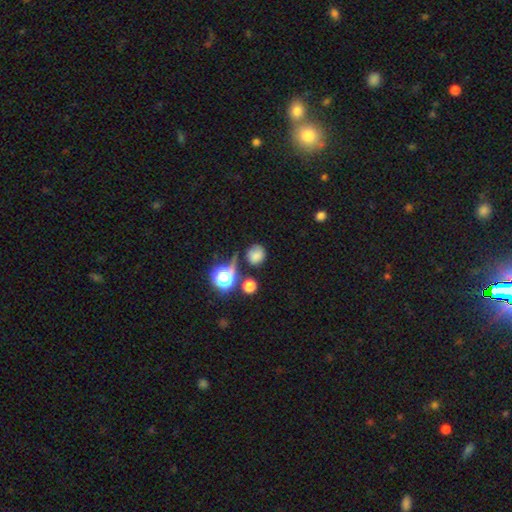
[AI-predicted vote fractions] Smooth or featured? smooth (71%)
How rounded? round (75%)
Merging? none (56%)